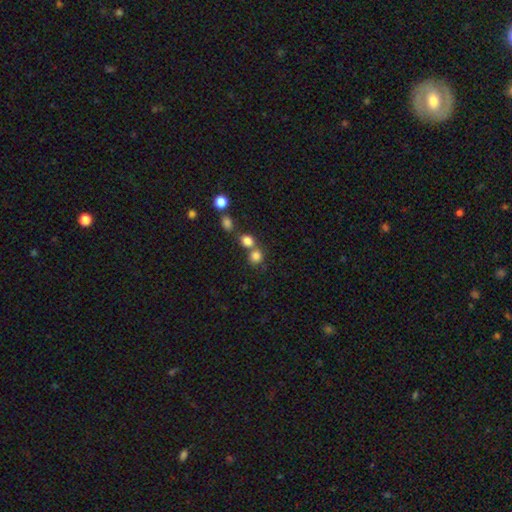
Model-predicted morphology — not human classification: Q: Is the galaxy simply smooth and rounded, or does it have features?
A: smooth — 80%.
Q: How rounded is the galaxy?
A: round — 81%.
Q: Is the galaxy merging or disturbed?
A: none — 52%.